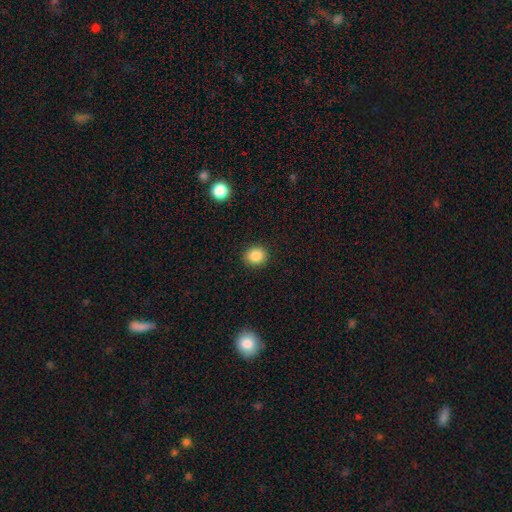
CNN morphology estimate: The model was most divided on "how rounded": round: 81%, in between: 18%, cigar-shaped: 1%. More confident: merging — none (91%); smooth or featured — smooth (86%).